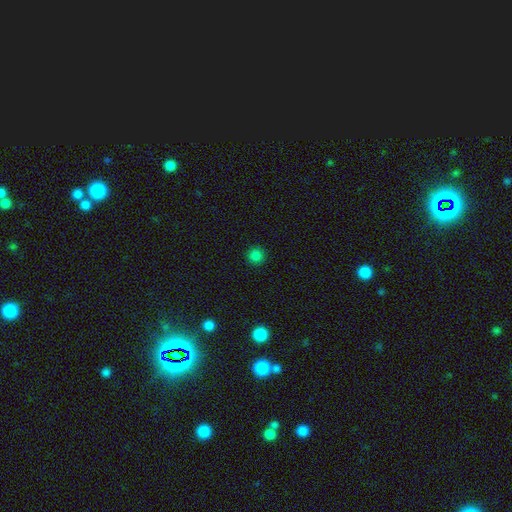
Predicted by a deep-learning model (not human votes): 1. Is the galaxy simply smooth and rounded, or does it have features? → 82% smooth, 15% star or artifact, 4% featured or disk.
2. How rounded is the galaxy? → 95% round, 4% in between, 1% cigar-shaped.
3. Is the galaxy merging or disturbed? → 92% none, 5% minor disturbance, 2% major disturbance, 1% merger.